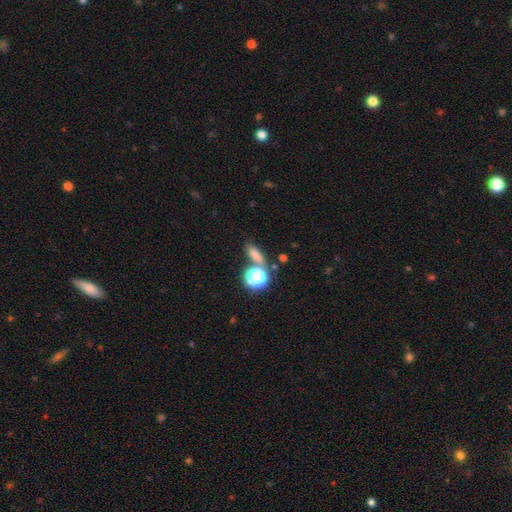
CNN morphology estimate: A smooth galaxy with no disk features (71%) that is in between round and cigar-shaped (48%). Merging: none (67%).